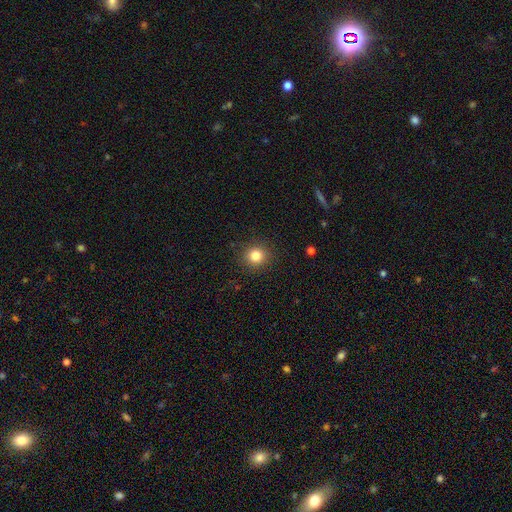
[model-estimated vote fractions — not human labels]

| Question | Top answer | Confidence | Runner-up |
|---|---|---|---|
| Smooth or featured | smooth | 83% | star or artifact (12%) |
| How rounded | round | 91% | in between (8%) |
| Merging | none | 90% | minor disturbance (6%) |